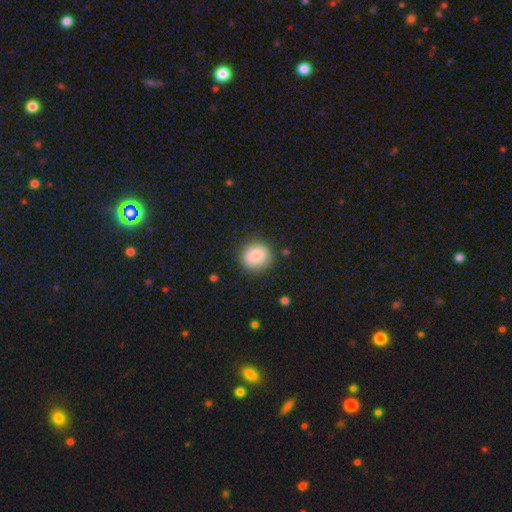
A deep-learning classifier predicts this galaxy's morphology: A smooth galaxy with no disk features (84%) that is round (90%). Merging: none (87%).